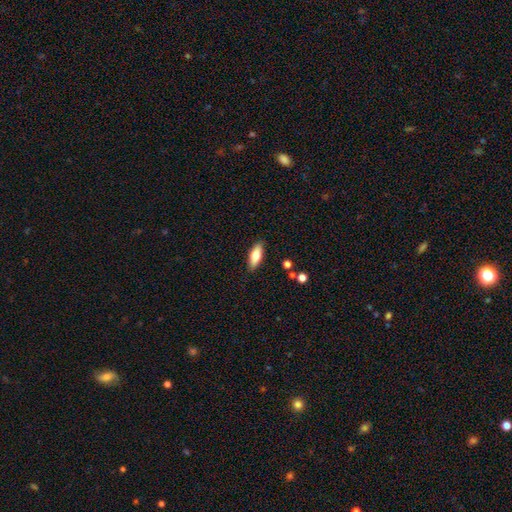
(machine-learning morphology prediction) smooth-or-featured: smooth: 72% | featured or disk: 21% | star or artifact: 6%
  how-rounded: in between: 72% | cigar-shaped: 26% | round: 2%
  merging: none: 88% | minor disturbance: 9% | major disturbance: 2% | merger: 1%